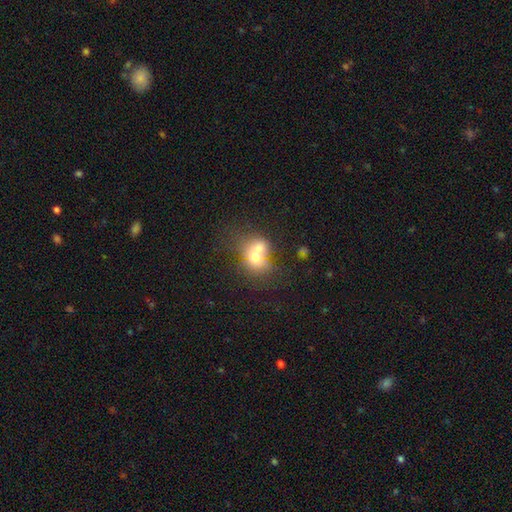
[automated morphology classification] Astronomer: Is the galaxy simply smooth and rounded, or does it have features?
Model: smooth — 64%.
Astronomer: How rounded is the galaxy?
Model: round — 56% (runner-up: in between, 43%).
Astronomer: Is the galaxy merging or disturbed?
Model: merger — 64%.